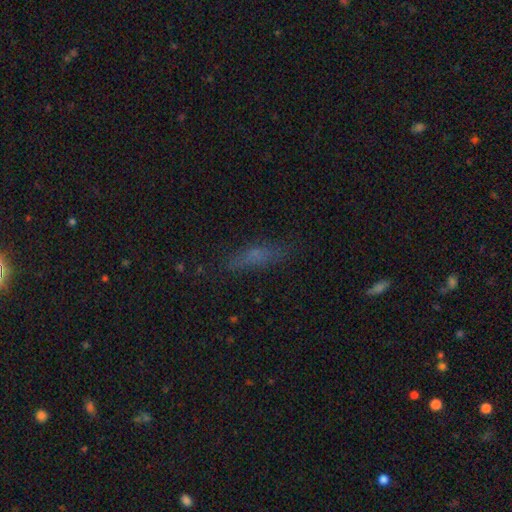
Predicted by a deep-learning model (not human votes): Smooth or featured? Predicted: smooth (p=0.57). How rounded? Predicted: cigar-shaped (p=0.67). Merging? Predicted: none (p=0.76).